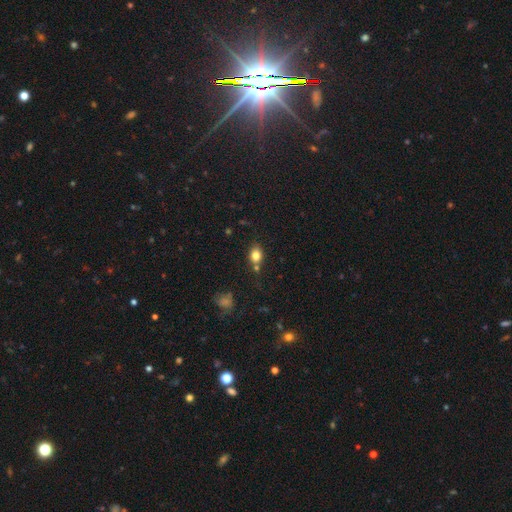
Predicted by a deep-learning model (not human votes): Smooth or featured?
  - smooth: 80% *
  - star or artifact: 11%
  - featured or disk: 8%
How rounded?
  - in between: 58% *
  - round: 40%
  - cigar-shaped: 1%
Merging?
  - none: 69% *
  - minor disturbance: 15%
  - merger: 12%
  - major disturbance: 4%